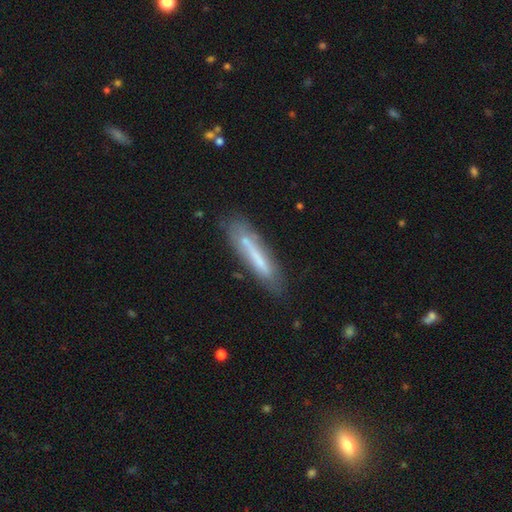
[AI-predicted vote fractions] Smooth or featured?
  - smooth: 55% *
  - featured or disk: 37%
  - star or artifact: 8%
How rounded?
  - cigar-shaped: 87% *
  - in between: 12%
  - round: 1%
Merging?
  - none: 70% *
  - minor disturbance: 19%
  - major disturbance: 6%
  - merger: 5%